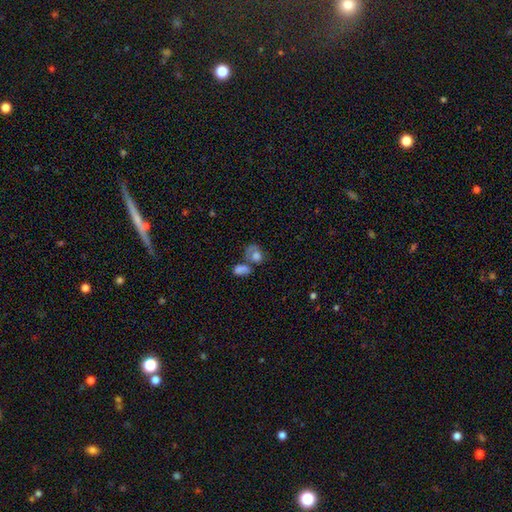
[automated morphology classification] Overall: smooth (70%). How rounded: in between (58%; round 40%). Merging: merger (45%; none 25%).